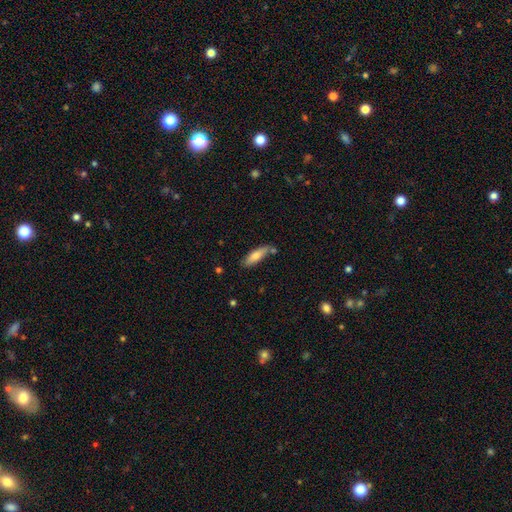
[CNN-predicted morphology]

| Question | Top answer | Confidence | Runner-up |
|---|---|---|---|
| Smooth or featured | smooth | 72% | featured or disk (22%) |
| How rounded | cigar-shaped | 56% | in between (42%) |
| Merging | none | 68% | minor disturbance (19%) |